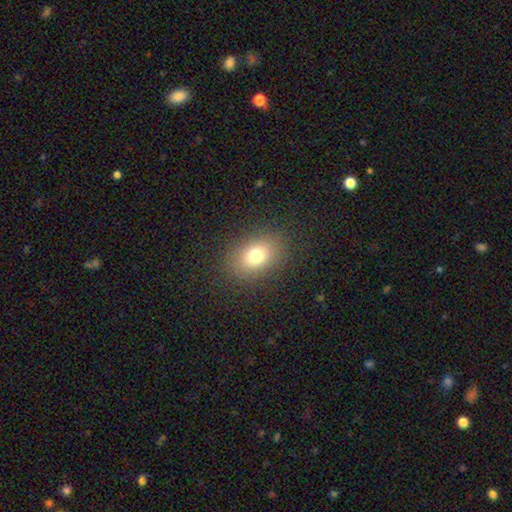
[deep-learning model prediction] Overall: smooth (75%). How rounded: in between (69%; round 30%). Merging: none (85%).